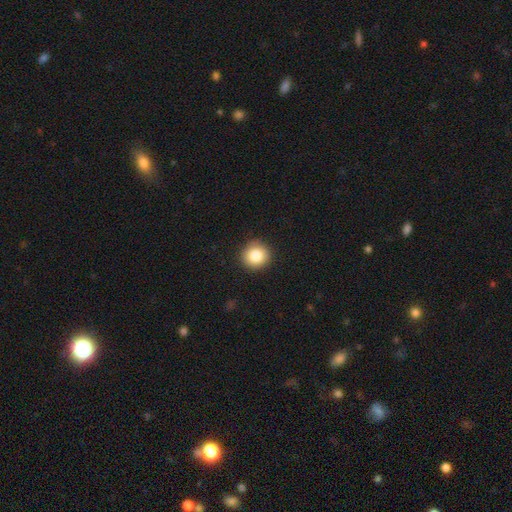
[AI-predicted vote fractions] Smooth or featured: smooth — 84% (star or artifact — 9%)
How rounded: round — 90% (in between — 9%)
Merging: none — 90% (minor disturbance — 7%)